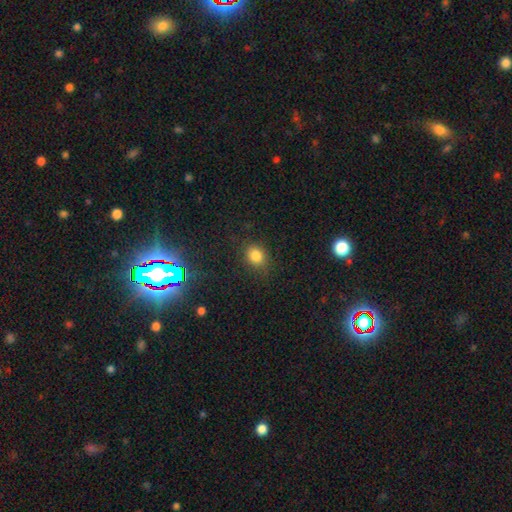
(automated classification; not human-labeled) This is clearly a smooth galaxy (82%). How rounded: possibly round (50%). Merging: likely none (80%).